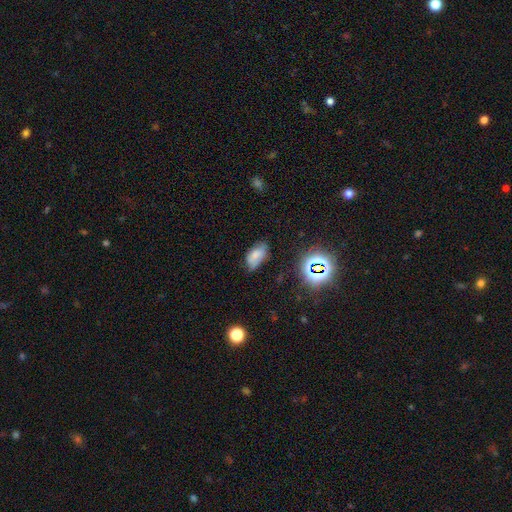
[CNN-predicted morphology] Overall: smooth (67%). How rounded: in between (92%). Merging: none (54%; minor disturbance 33%).